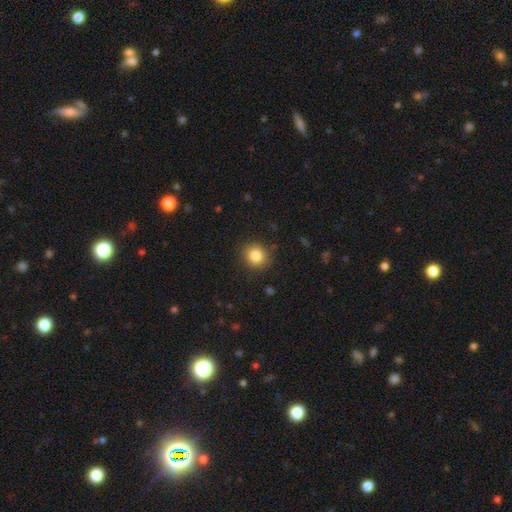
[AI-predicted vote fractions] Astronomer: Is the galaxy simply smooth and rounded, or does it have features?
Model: smooth — 84%.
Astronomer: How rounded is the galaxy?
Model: round — 83%.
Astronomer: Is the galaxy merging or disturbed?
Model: none — 89%.